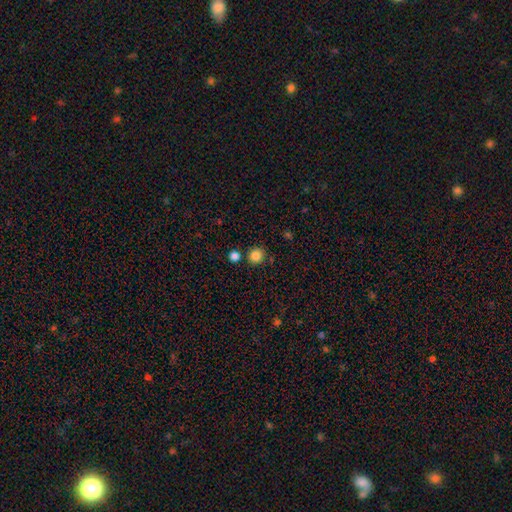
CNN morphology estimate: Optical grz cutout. It shows a smooth galaxy with no disk features (84%) that is round (88%). Merging: none (82%).